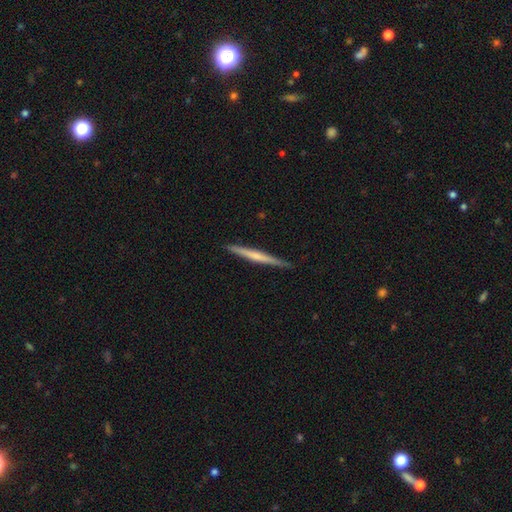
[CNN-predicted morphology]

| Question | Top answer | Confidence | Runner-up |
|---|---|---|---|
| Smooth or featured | featured or disk | 56% | smooth (39%) |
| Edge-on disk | yes | 98% | no (2%) |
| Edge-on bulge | none | 58% | rounded (33%) |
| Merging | none | 90% | minor disturbance (8%) |